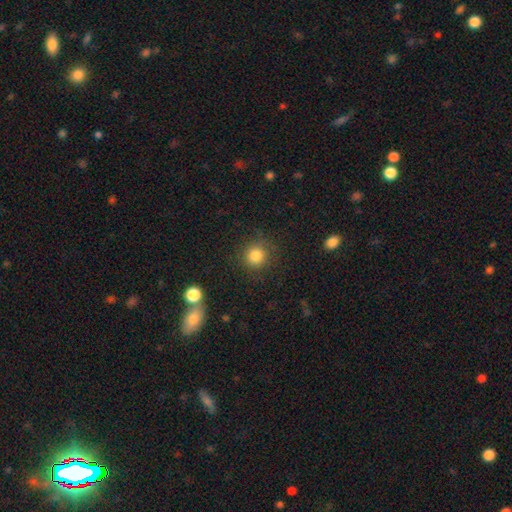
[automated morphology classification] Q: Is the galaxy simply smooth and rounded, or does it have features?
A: smooth — 83%.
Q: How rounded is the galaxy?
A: round — 92%.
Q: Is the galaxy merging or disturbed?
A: none — 86%.